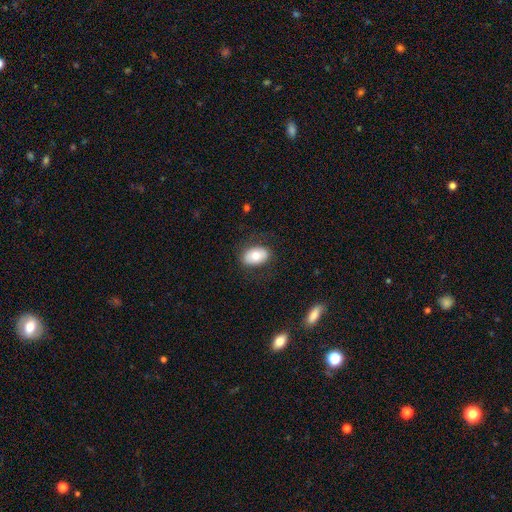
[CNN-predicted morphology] smooth-or-featured: smooth: 72% | featured or disk: 21% | star or artifact: 7%
  how-rounded: in between: 88% | round: 11% | cigar-shaped: 1%
  merging: none: 80% | minor disturbance: 13% | major disturbance: 6% | merger: 1%